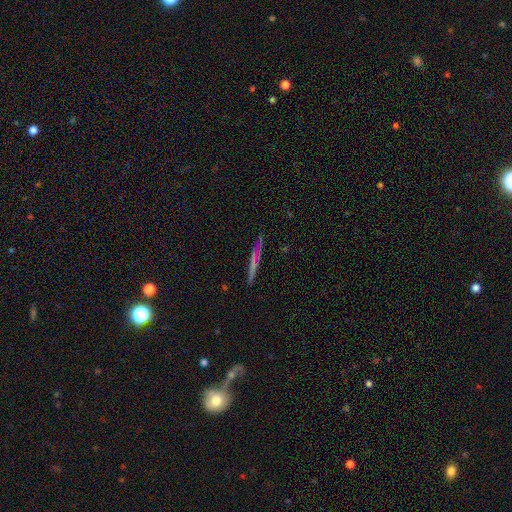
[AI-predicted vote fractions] Smooth or featured? Predicted: smooth (p=0.47). Merging? Predicted: none (p=0.89).